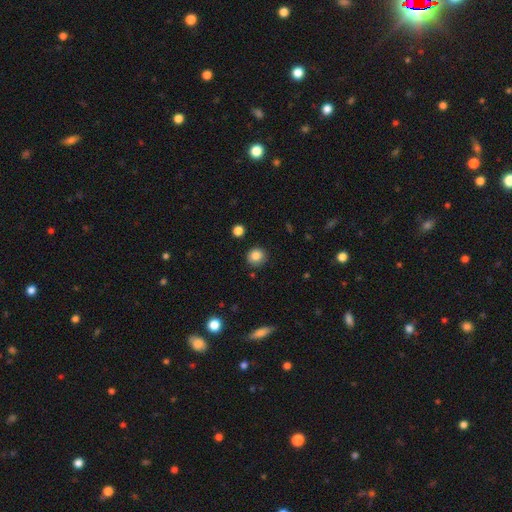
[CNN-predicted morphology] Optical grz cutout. It shows a smooth galaxy with no disk features (85%) that is round (89%). Merging: none (87%).